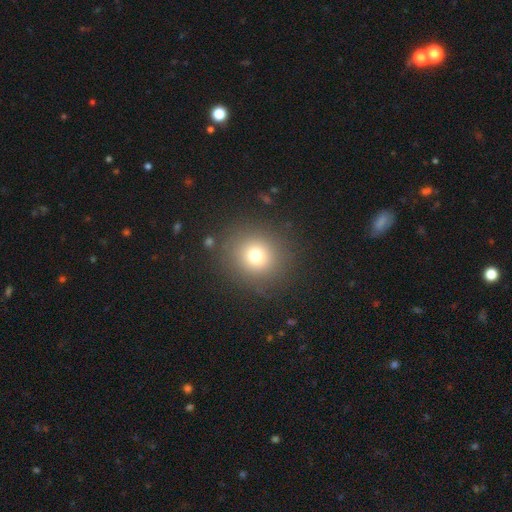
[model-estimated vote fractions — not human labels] This appears to be a smooth galaxy with no disk features (72%) that is round (90%). Merging: none (86%).